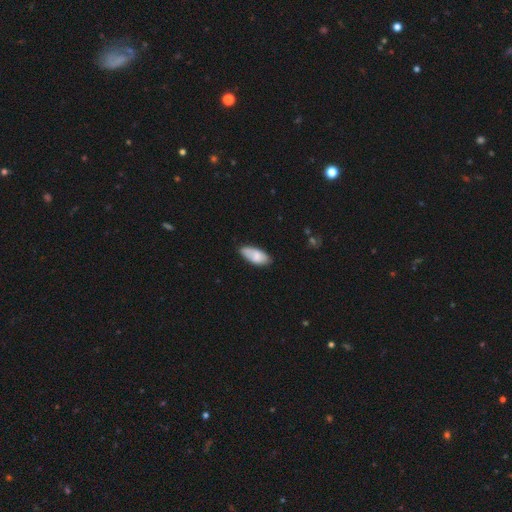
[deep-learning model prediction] smooth-or-featured: smooth: 78% | featured or disk: 15% | star or artifact: 6%
  how-rounded: in between: 86% | cigar-shaped: 12% | round: 2%
  merging: none: 67% | minor disturbance: 26% | major disturbance: 4% | merger: 2%